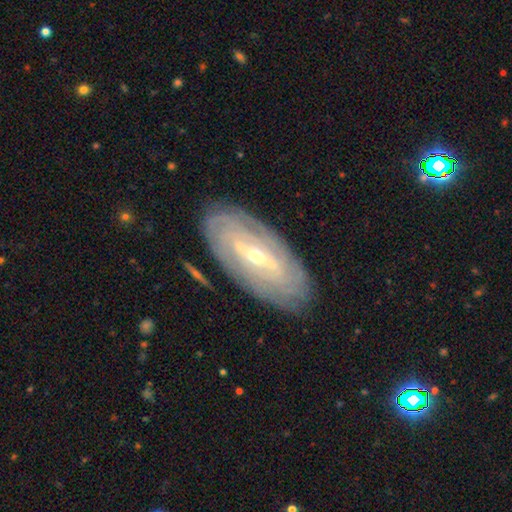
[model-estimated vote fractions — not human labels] smooth_or_featured: featured or disk (p=0.83) [alt: smooth p=0.10]
disk_edge_on: no (p=0.89) [alt: yes p=0.11]
bar: strong (p=0.42) [alt: weak p=0.39]
has_spiral_arms: yes (p=0.86) [alt: no p=0.14]
spiral_winding: tight (p=0.81) [alt: medium p=0.14]
spiral_arm_count: can't tell (p=0.53) [alt: 2 p=0.14]
bulge_size: small (p=0.57) [alt: moderate p=0.40]
merging: none (p=0.86) [alt: minor disturbance p=0.10]